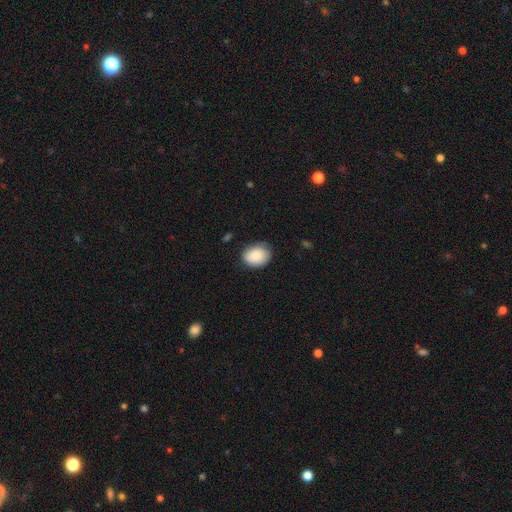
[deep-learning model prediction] The model was most divided on "how rounded": in between: 62%, round: 37%, cigar-shaped: 1%. More confident: smooth or featured — smooth (85%); merging — none (77%).